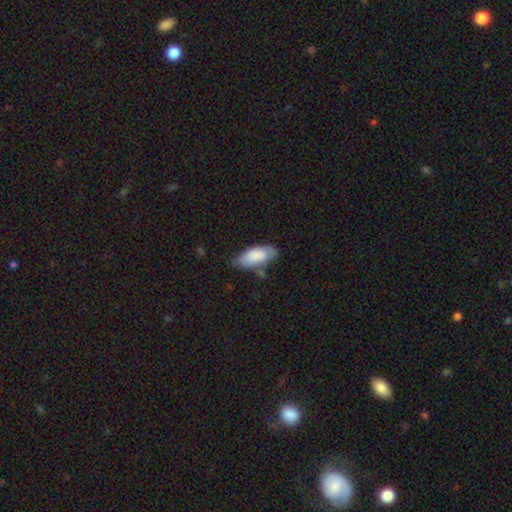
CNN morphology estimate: This is clearly a smooth galaxy (82%). How rounded: clearly in between (87%). Merging: possibly none (59%).